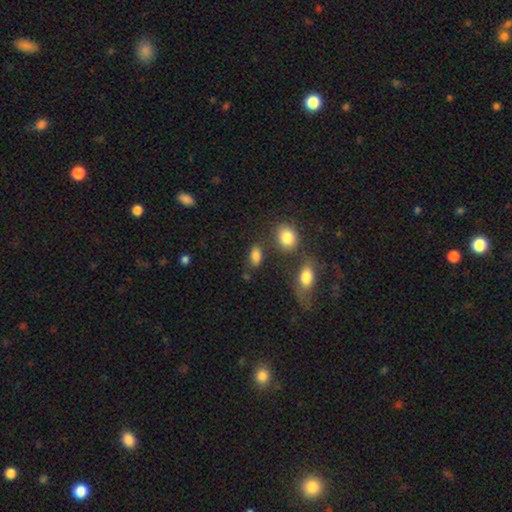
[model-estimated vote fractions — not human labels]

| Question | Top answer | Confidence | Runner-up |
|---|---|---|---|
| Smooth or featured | smooth | 84% | star or artifact (10%) |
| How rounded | in between | 85% | round (12%) |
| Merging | none | 70% | minor disturbance (15%) |